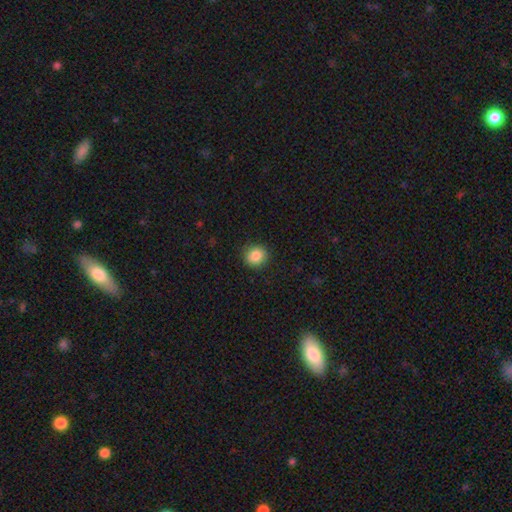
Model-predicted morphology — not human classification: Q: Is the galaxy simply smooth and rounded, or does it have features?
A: smooth — 87%.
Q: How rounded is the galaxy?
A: round — 86%.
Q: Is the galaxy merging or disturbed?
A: none — 89%.